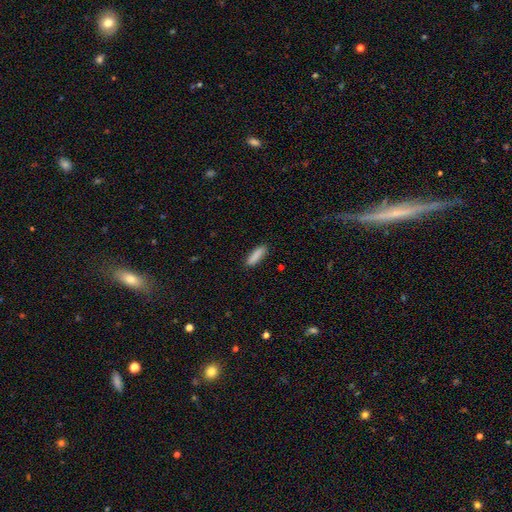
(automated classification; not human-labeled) Overall: smooth (88%). How rounded: cigar-shaped (63%; in between 36%). Merging: none (88%).